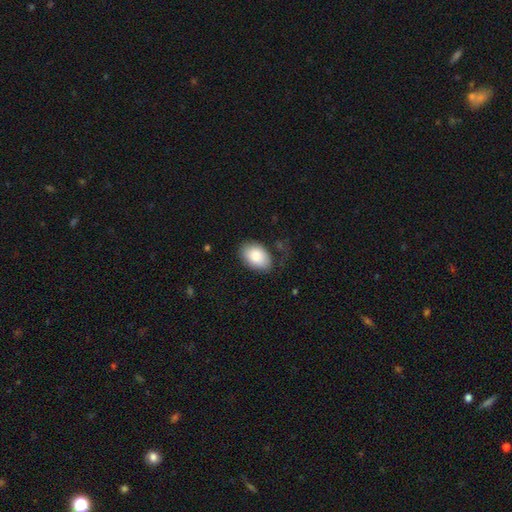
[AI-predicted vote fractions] smooth-or-featured: smooth: 81% | featured or disk: 12% | star or artifact: 7%
  how-rounded: in between: 87% | round: 12% | cigar-shaped: 1%
  merging: none: 74% | minor disturbance: 19% | major disturbance: 6% | merger: 2%